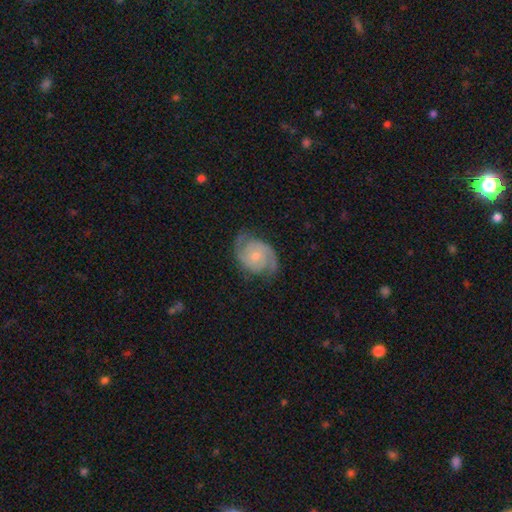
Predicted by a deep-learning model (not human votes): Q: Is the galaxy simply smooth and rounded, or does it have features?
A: featured or disk — 85%.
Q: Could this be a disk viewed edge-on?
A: no — 98%.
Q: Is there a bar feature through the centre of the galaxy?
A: no — 67%.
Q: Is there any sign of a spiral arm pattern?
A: yes — 97%.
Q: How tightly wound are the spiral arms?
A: medium — 45%.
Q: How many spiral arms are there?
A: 2 — 87%.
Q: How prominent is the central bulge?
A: small — 52%.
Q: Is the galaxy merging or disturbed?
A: none — 76%.